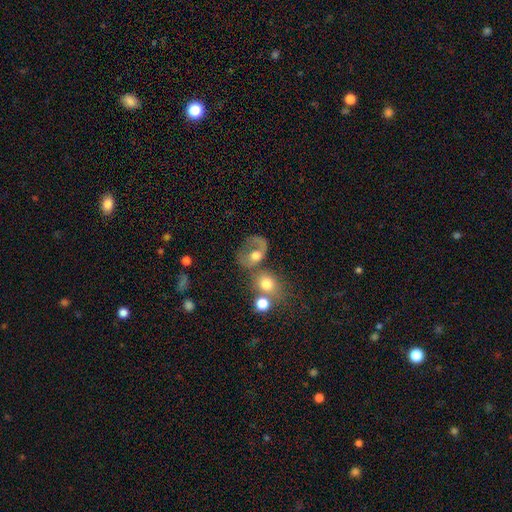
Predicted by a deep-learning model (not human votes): smooth-or-featured: smooth: 53% | featured or disk: 34% | star or artifact: 12%
  how-rounded: round: 53% | in between: 46% | cigar-shaped: 1%
  merging: merger: 40% | none: 26% | major disturbance: 21% | minor disturbance: 13%